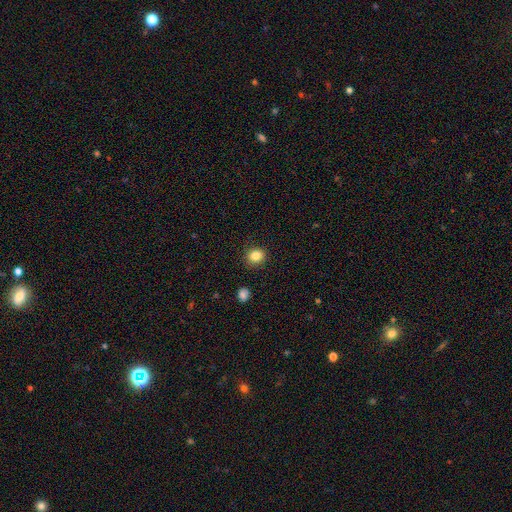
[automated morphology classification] A smooth galaxy with no disk features (84%) that is round (76%). Merging: none (87%).